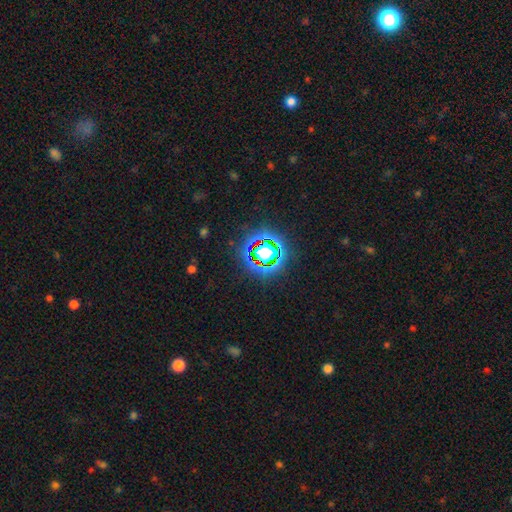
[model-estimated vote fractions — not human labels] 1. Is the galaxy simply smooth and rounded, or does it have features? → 79% star or artifact, 14% smooth, 8% featured or disk.